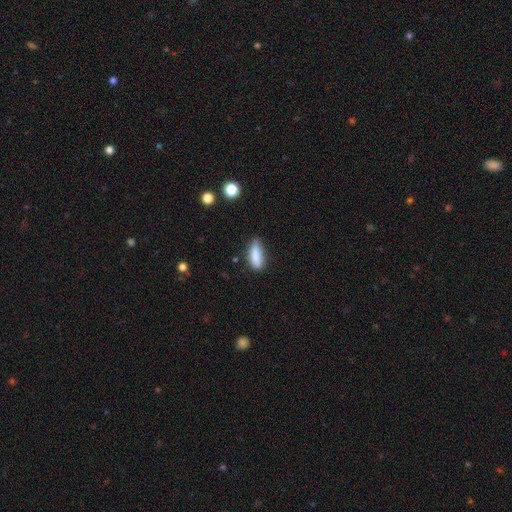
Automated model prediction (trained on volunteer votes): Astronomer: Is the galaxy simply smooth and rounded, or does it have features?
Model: smooth — 85%.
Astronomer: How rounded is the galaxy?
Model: in between — 66%.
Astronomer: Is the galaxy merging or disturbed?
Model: none — 71%.